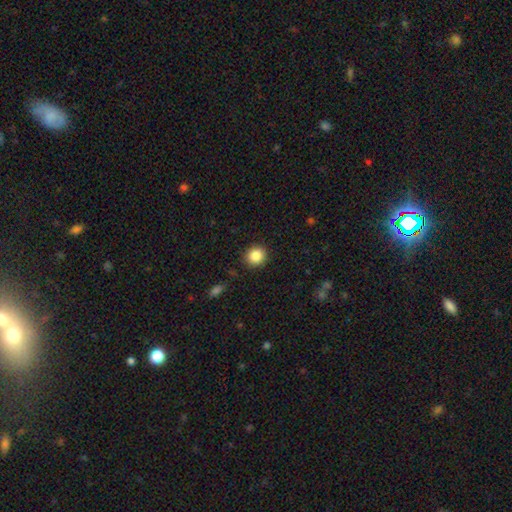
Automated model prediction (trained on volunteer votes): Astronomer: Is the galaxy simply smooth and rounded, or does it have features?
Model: smooth — 87%.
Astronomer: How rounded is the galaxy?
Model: round — 90%.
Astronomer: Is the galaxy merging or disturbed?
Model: none — 90%.